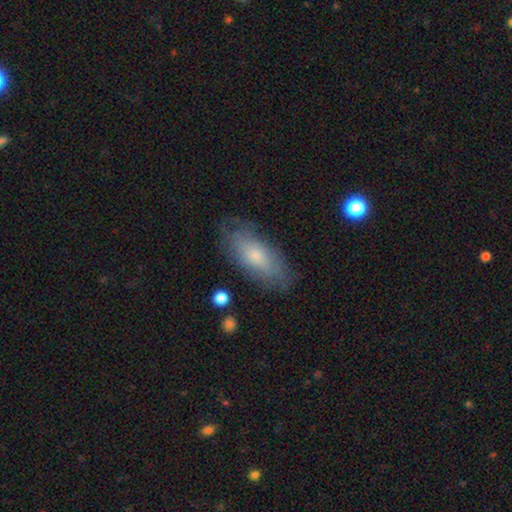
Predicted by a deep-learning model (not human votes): The model was most divided on "smooth or featured": smooth: 62%, featured or disk: 31%, star or artifact: 7%. More confident: how rounded — in between (84%); merging — none (73%).